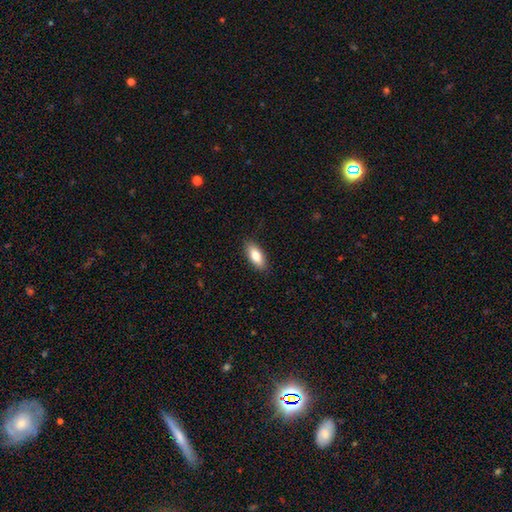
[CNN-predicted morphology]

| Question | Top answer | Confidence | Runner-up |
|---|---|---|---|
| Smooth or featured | smooth | 80% | featured or disk (13%) |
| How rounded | in between | 82% | cigar-shaped (16%) |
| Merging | none | 87% | minor disturbance (10%) |